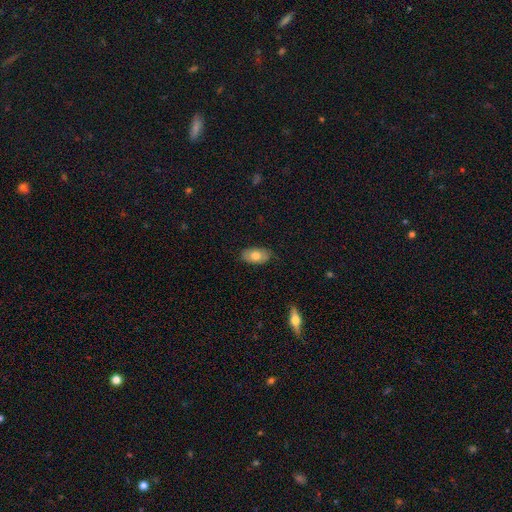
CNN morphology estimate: A smooth galaxy with no disk features (73%) that is in between round and cigar-shaped (93%). Merging: none (83%).